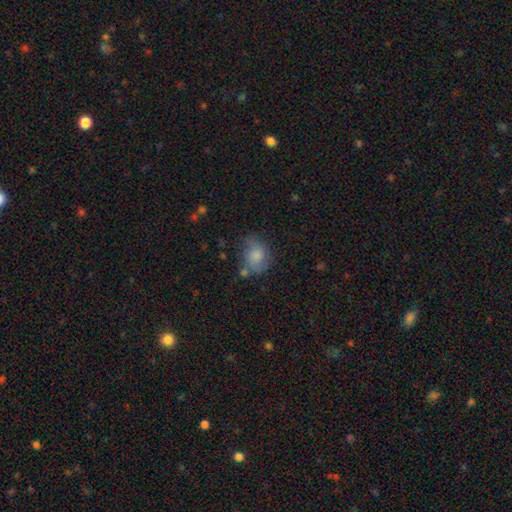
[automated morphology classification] A smooth galaxy with no disk features (74%) that is round (54%).

Vote fractions:
- Smooth or featured? smooth: 74% / featured or disk: 17% / star or artifact: 9%
- How rounded? round: 54% / in between: 45% / cigar-shaped: 1%
- Merging? none: 55% / minor disturbance: 26% / major disturbance: 11% / merger: 8%